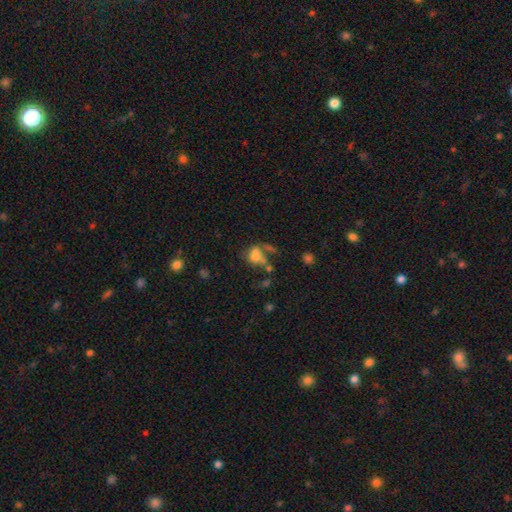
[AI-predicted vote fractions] Smooth or featured? Predicted: smooth (p=0.66). How rounded? Predicted: in between (p=0.61). Merging? Predicted: merger (p=0.32).